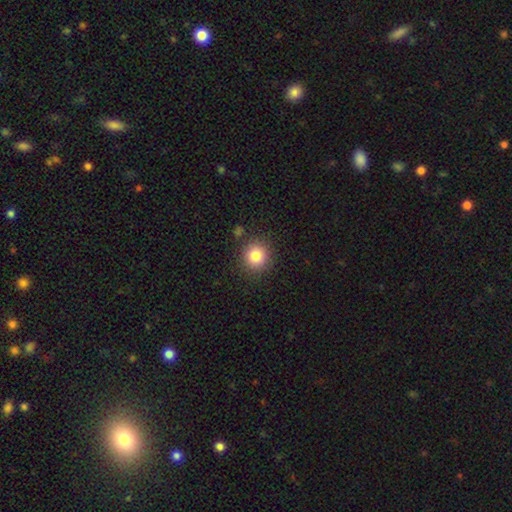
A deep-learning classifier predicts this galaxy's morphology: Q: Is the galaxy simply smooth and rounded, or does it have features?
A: smooth — 83%.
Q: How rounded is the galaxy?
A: round — 91%.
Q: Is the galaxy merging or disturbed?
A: none — 86%.